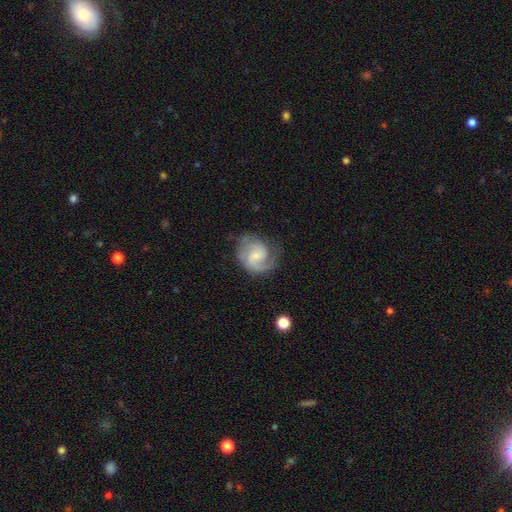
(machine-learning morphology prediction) The model was most divided on "bar": no: 52%, weak: 42%, strong: 6%. Remaining: edge-on disk — no (98%); spiral arms — yes (94%); smooth or featured — featured or disk (75%); merging — none (63%); spiral arm count — 2 (58%); bulge size — small (54%); spiral winding — medium (47%).